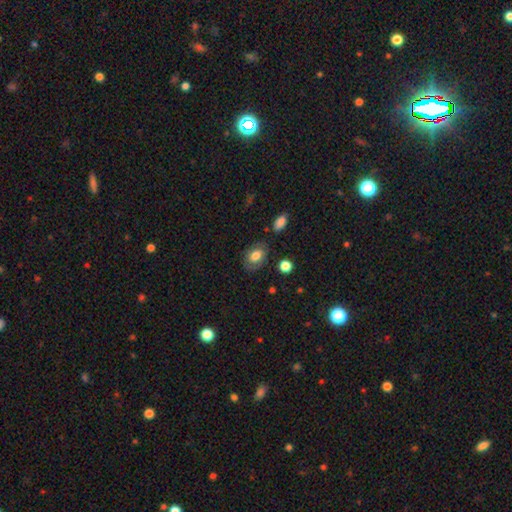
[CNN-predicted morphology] Smooth or featured?
  - smooth: 73% *
  - featured or disk: 19%
  - star or artifact: 8%
How rounded?
  - in between: 83% *
  - round: 15%
  - cigar-shaped: 1%
Merging?
  - none: 76% *
  - minor disturbance: 16%
  - major disturbance: 5%
  - merger: 3%